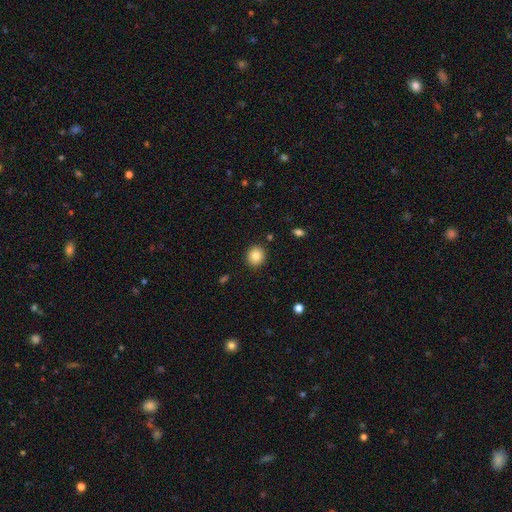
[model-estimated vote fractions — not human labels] Smooth or featured?
  - smooth: 83% *
  - star or artifact: 10%
  - featured or disk: 8%
How rounded?
  - round: 84% *
  - in between: 15%
  - cigar-shaped: 1%
Merging?
  - none: 90% *
  - minor disturbance: 6%
  - major disturbance: 2%
  - merger: 1%